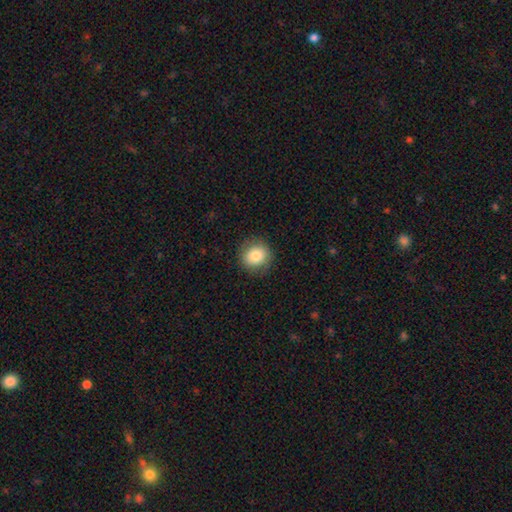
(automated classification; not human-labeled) A smooth galaxy with no disk features (82%) that is round (86%). Merging: none (87%).